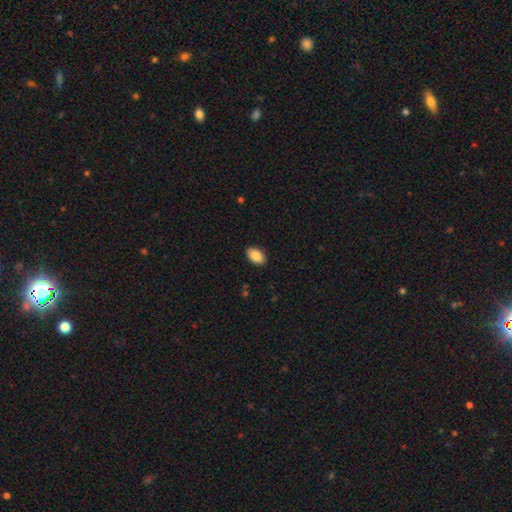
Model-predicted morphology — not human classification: smooth_or_featured: smooth (p=0.88) [alt: star or artifact p=0.07]
how_rounded: in between (p=0.94) [alt: round p=0.05]
merging: none (p=0.89) [alt: minor disturbance p=0.08]